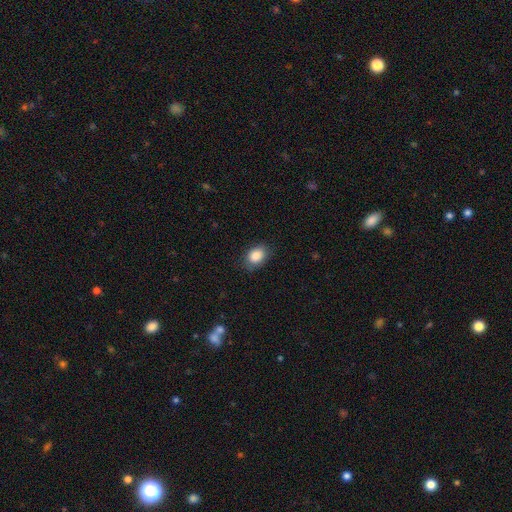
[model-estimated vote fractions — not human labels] Q: Smooth or featured?
A: smooth (88%); runner-up: star or artifact (8%)
Q: How rounded?
A: in between (77%); runner-up: round (22%)
Q: Merging?
A: none (81%); runner-up: minor disturbance (14%)